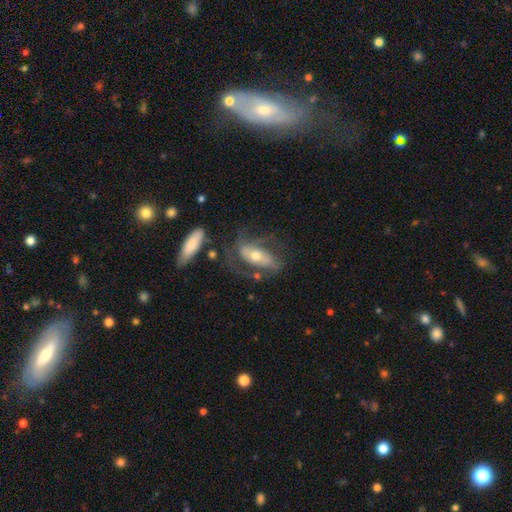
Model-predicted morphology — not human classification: A featured or disk galaxy (71%) with no bar (40%), 2 (68%) medium (44%) spiral arms (81%) and a moderate central bulge (56%). Merging: none (51%).